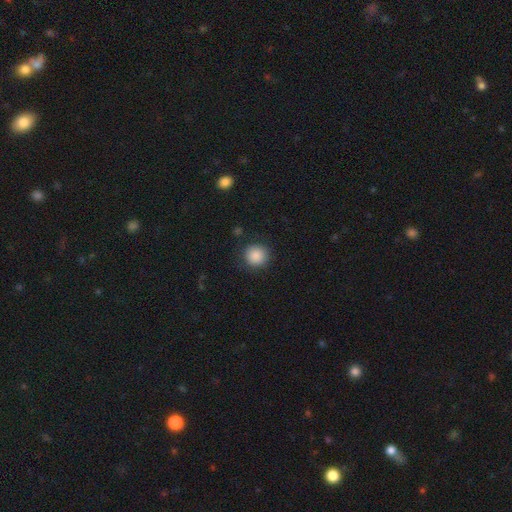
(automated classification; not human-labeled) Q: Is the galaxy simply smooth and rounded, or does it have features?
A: smooth — 88%.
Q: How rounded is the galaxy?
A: round — 92%.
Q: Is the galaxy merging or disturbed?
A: none — 87%.